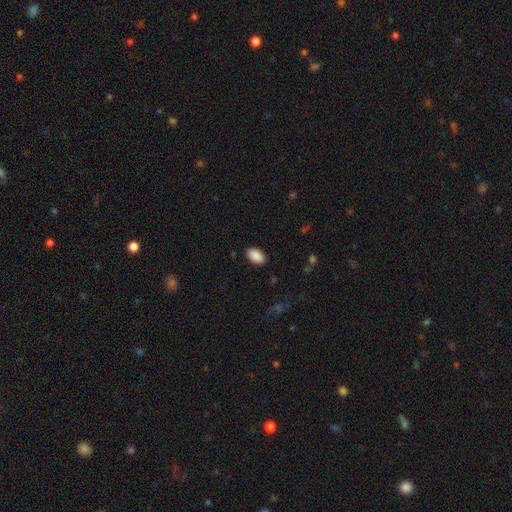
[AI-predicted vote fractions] A smooth galaxy with no disk features (90%) that is in between round and cigar-shaped (93%).

Vote fractions:
- Smooth or featured? smooth: 90% / star or artifact: 7% / featured or disk: 3%
- How rounded? in between: 93% / round: 6% / cigar-shaped: 1%
- Merging? none: 89% / minor disturbance: 8% / major disturbance: 2% / merger: 1%